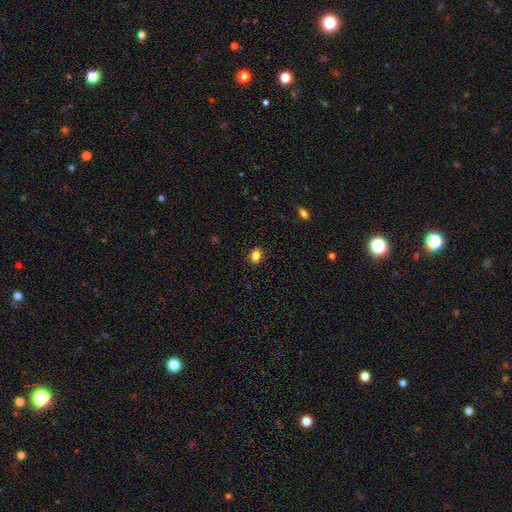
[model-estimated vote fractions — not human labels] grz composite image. It shows a smooth galaxy with no disk features (83%) that is round (50%). Merging: none (88%).